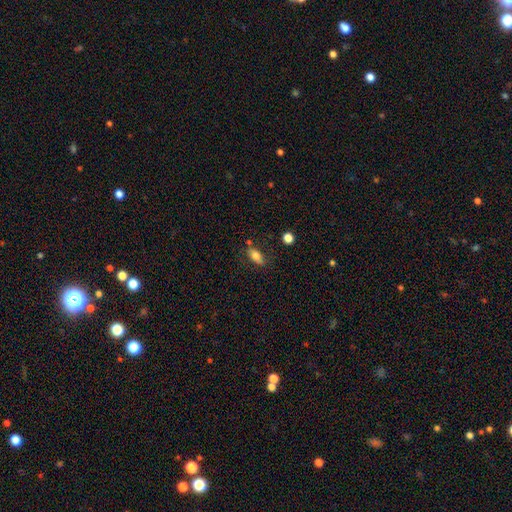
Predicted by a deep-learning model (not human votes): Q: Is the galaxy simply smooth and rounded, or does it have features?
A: smooth — 75%.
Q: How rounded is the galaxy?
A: in between — 82%.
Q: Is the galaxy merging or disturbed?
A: none — 76%.